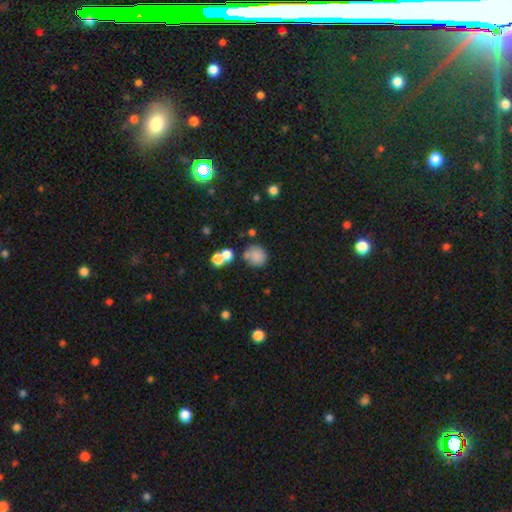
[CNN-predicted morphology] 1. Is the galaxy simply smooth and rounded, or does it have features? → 79% smooth, 13% star or artifact, 8% featured or disk.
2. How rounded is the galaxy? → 85% round, 14% in between, 1% cigar-shaped.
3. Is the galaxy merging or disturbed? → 63% none, 16% merger, 15% minor disturbance, 6% major disturbance.